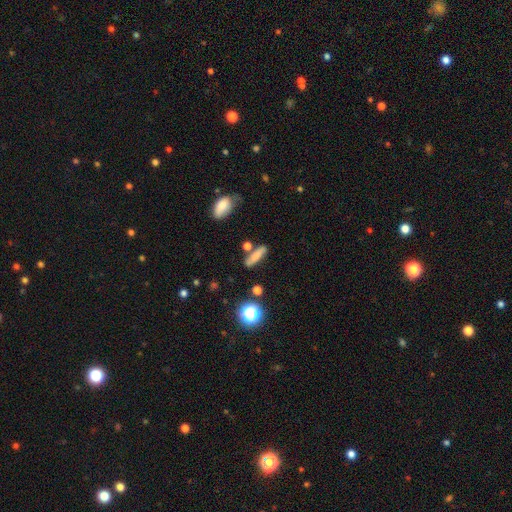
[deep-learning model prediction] Smooth or featured?
  - smooth: 74% *
  - featured or disk: 15%
  - star or artifact: 11%
How rounded?
  - cigar-shaped: 63% *
  - in between: 31%
  - round: 6%
Merging?
  - none: 74% *
  - minor disturbance: 13%
  - merger: 9%
  - major disturbance: 4%